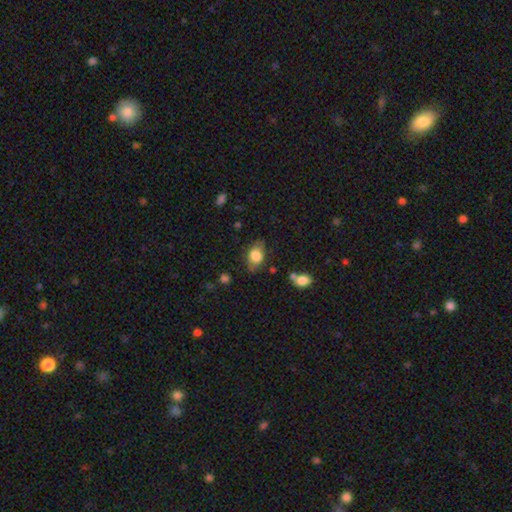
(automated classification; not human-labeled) smooth 77%, featured or disk 15%, star or artifact 8%. Down the decision tree: how rounded — in between (81%); merging — none (71%).